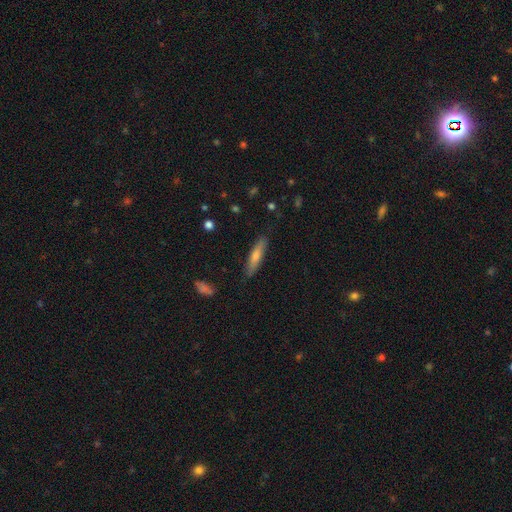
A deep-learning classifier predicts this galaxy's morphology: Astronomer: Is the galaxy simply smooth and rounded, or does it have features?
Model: smooth — 60%.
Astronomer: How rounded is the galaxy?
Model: cigar-shaped — 85%.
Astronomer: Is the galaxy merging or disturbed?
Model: none — 85%.